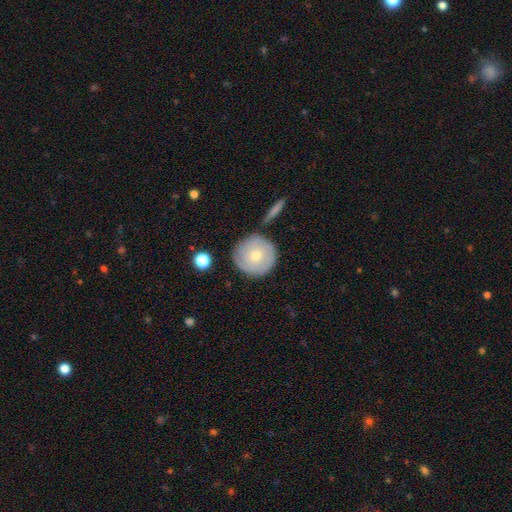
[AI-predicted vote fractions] The model was most divided on "smooth or featured": smooth: 49%, featured or disk: 45%, star or artifact: 6%. More confident: merging — none (81%).